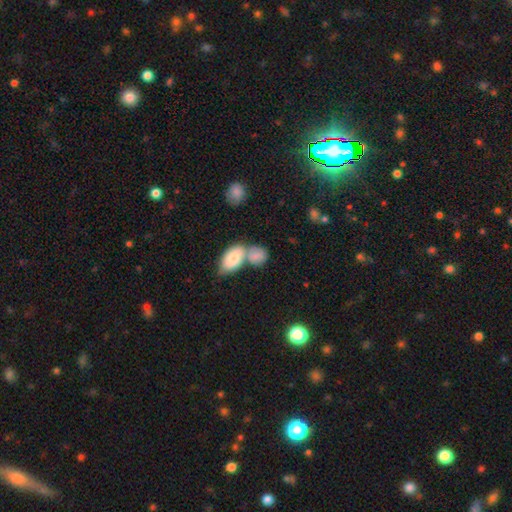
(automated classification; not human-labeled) Q: Smooth or featured?
A: smooth (80%); runner-up: featured or disk (12%)
Q: How rounded?
A: in between (78%); runner-up: round (20%)
Q: Merging?
A: merger (58%); runner-up: none (27%)